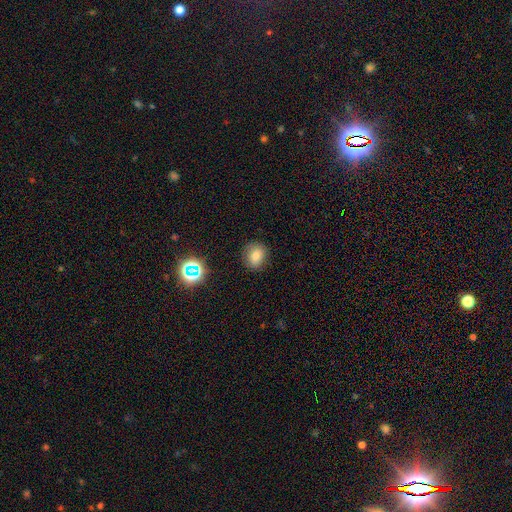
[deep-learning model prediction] This is likely a smooth galaxy (77%). How rounded: likely round (61%). Merging: clearly none (83%).